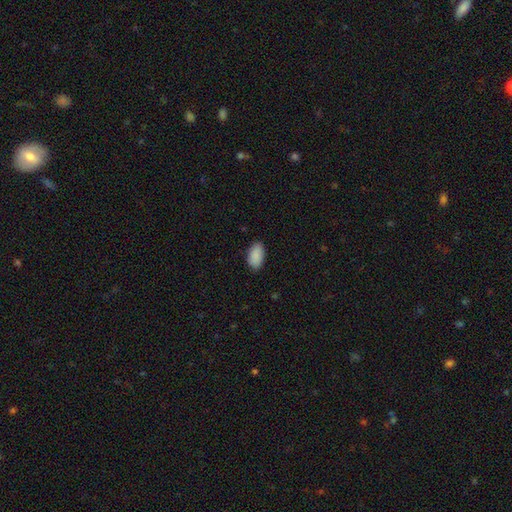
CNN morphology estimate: A smooth galaxy with no disk features (91%) that is in between round and cigar-shaped (95%).

Vote fractions:
- Smooth or featured? smooth: 91% / star or artifact: 6% / featured or disk: 3%
- How rounded? in between: 95% / round: 3% / cigar-shaped: 2%
- Merging? none: 86% / minor disturbance: 11% / major disturbance: 2% / merger: 1%